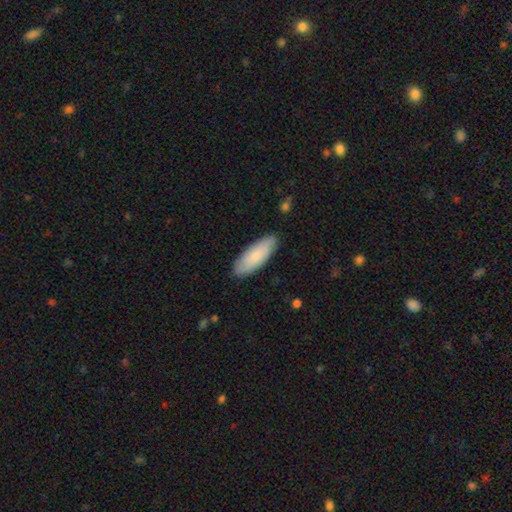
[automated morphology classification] Smooth or featured: smooth — 79% (featured or disk — 16%)
How rounded: in between — 71% (cigar-shaped — 28%)
Merging: none — 86% (minor disturbance — 11%)